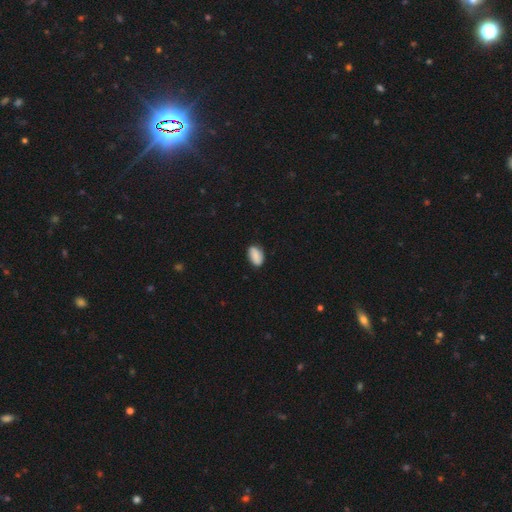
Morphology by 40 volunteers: Smooth or featured: smooth — 80% (featured or disk — 12%)
How rounded: in between — 88% (round — 6%)
Merging: none — 73% (minor disturbance — 24%)